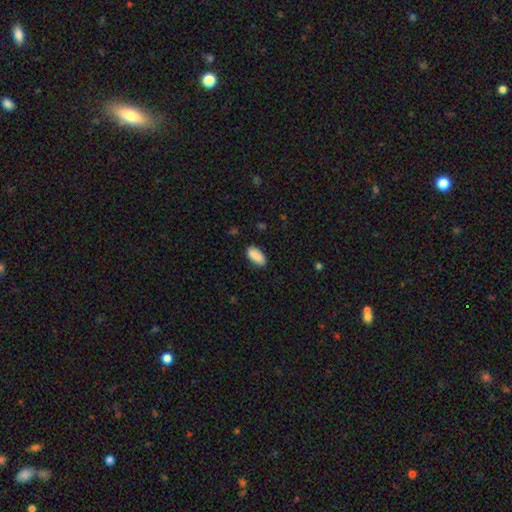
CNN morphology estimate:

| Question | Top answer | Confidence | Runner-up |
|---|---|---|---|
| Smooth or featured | smooth | 90% | star or artifact (6%) |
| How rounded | in between | 91% | cigar-shaped (7%) |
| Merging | none | 85% | minor disturbance (12%) |